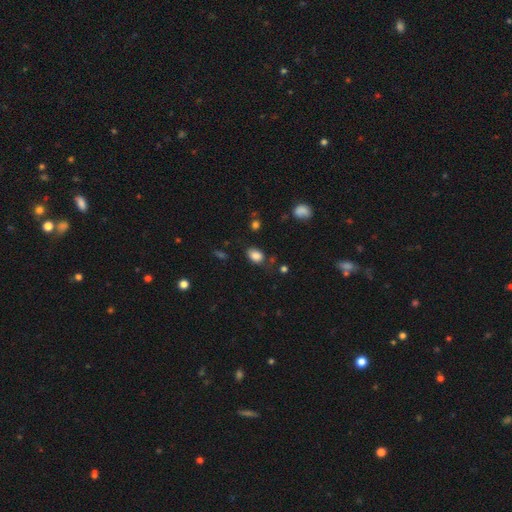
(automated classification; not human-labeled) Overall: smooth (84%). How rounded: in between (77%). Merging: none (69%).